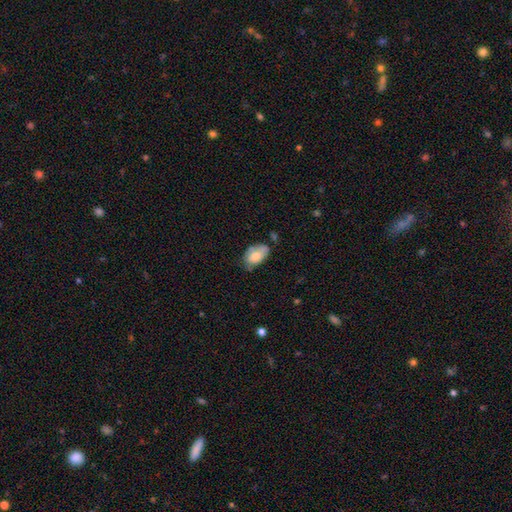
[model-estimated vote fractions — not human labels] Smooth or featured? Predicted: smooth (p=0.73). How rounded? Predicted: in between (p=0.91). Merging? Predicted: none (p=0.50).